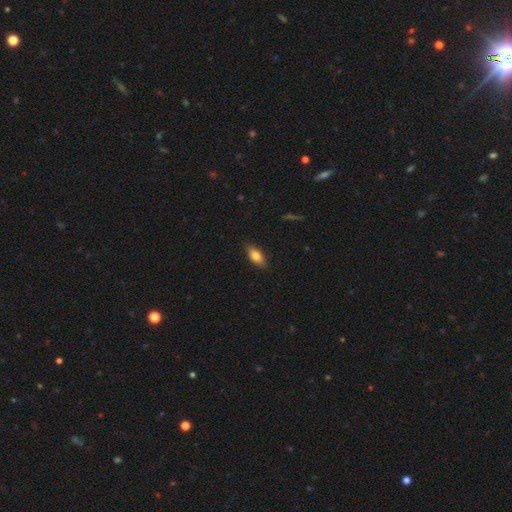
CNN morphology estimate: Smooth or featured?
  - smooth: 80% *
  - featured or disk: 13%
  - star or artifact: 7%
How rounded?
  - in between: 85% *
  - cigar-shaped: 11%
  - round: 4%
Merging?
  - none: 86% *
  - minor disturbance: 11%
  - major disturbance: 2%
  - merger: 1%